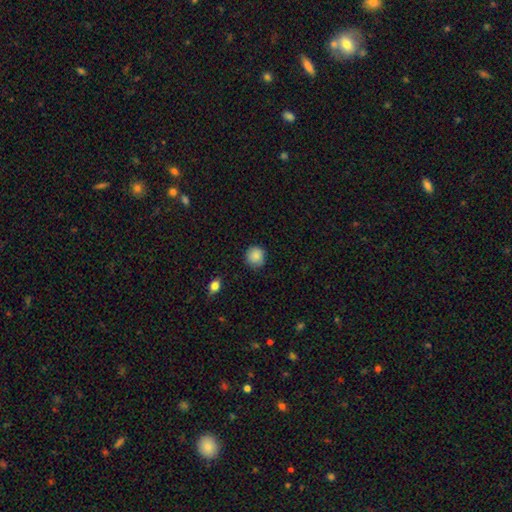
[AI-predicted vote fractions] The model was most divided on "merging": none: 85%, minor disturbance: 12%, major disturbance: 2%, merger: 1%. More confident: how rounded — round (92%); smooth or featured — smooth (87%).